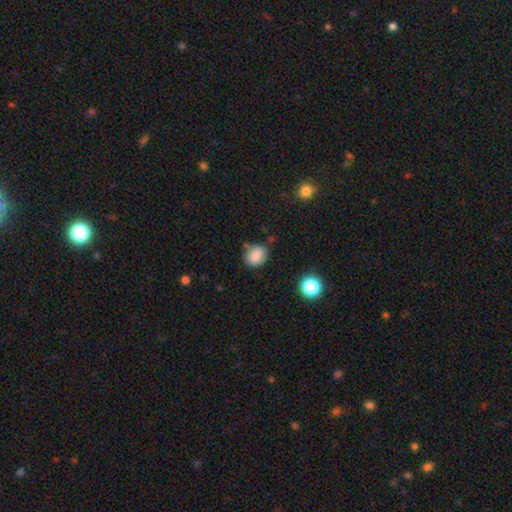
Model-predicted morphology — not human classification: This appears to be a smooth galaxy with no disk features (83%) that is round (57%). Merging: none (71%).